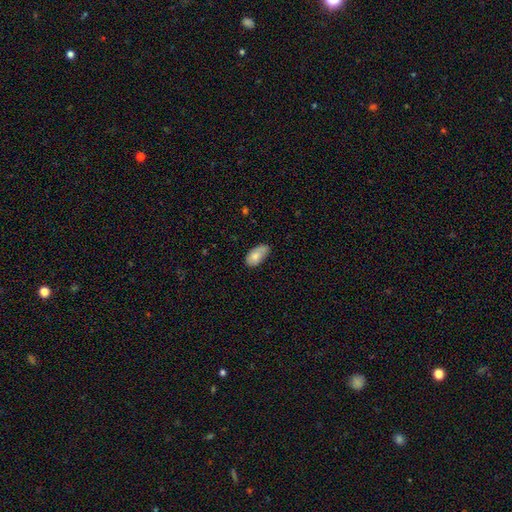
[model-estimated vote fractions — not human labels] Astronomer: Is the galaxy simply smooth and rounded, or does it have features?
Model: smooth — 78%.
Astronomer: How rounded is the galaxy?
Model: in between — 94%.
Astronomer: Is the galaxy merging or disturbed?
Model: none — 56% (runner-up: minor disturbance, 34%).